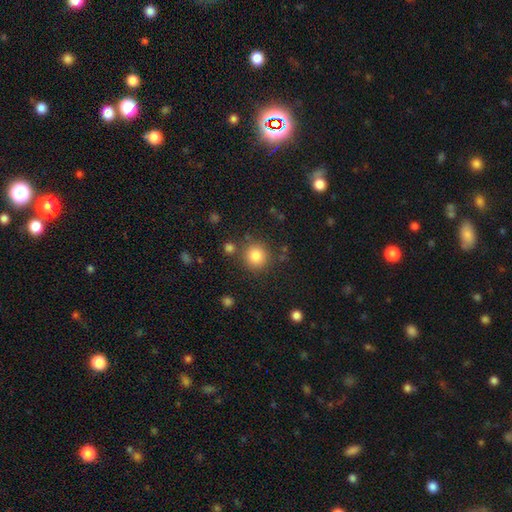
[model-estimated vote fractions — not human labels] This appears to be a smooth galaxy with no disk features (84%) that is round (92%). Merging: none (83%).